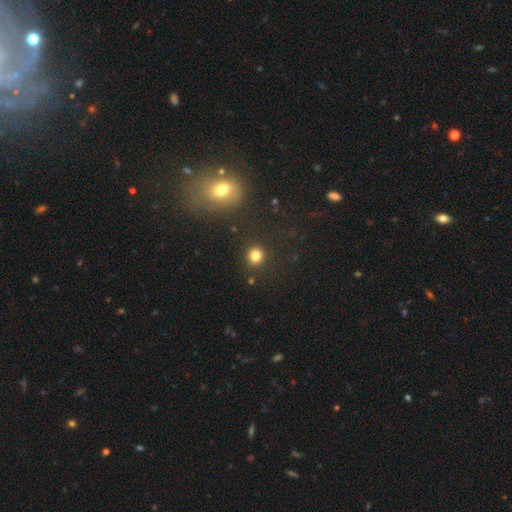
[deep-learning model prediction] Overall: smooth (81%). How rounded: round (87%). Merging: none (89%).